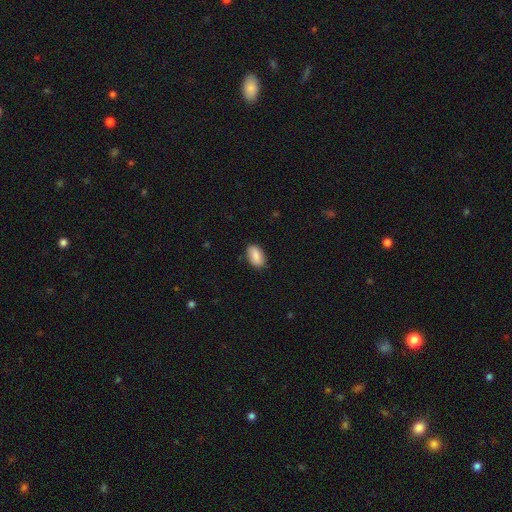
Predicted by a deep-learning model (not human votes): Q: Smooth or featured?
A: smooth (85%); runner-up: featured or disk (8%)
Q: How rounded?
A: in between (93%); runner-up: round (5%)
Q: Merging?
A: none (85%); runner-up: minor disturbance (11%)